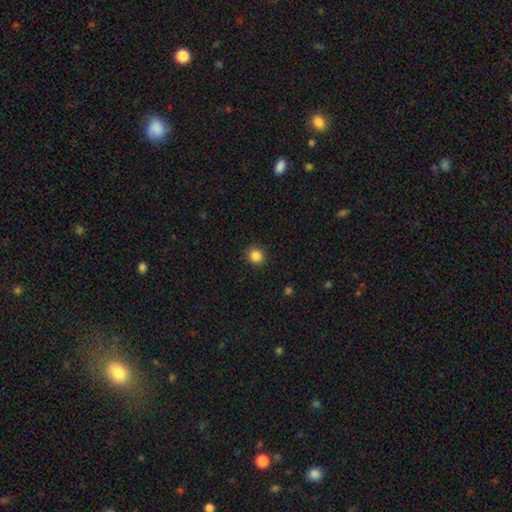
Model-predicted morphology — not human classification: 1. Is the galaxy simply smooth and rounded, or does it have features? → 86% smooth, 11% star or artifact, 3% featured or disk.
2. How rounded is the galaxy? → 92% round, 7% in between, 1% cigar-shaped.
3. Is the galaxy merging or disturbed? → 91% none, 6% minor disturbance, 2% major disturbance, 1% merger.